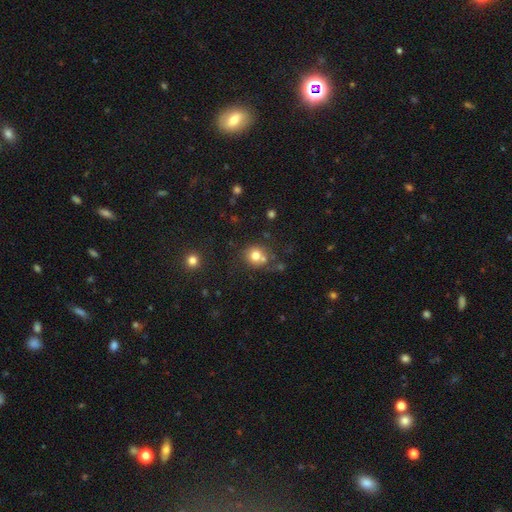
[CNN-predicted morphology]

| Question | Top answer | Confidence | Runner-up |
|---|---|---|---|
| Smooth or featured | smooth | 77% | star or artifact (13%) |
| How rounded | round | 88% | in between (11%) |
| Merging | none | 64% | merger (20%) |